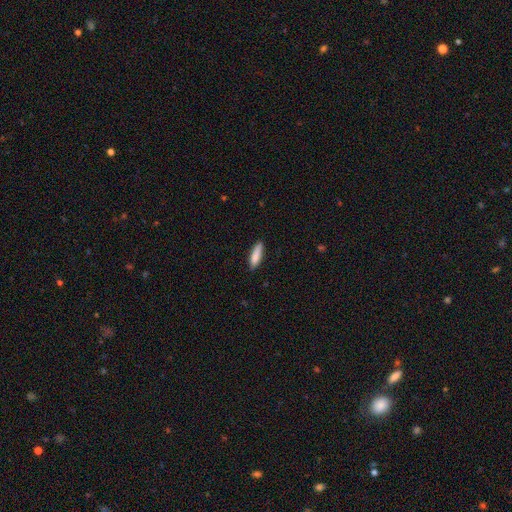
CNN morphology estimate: Smooth or featured? Predicted: smooth (p=0.86). How rounded? Predicted: cigar-shaped (p=0.66). Merging? Predicted: none (p=0.84).